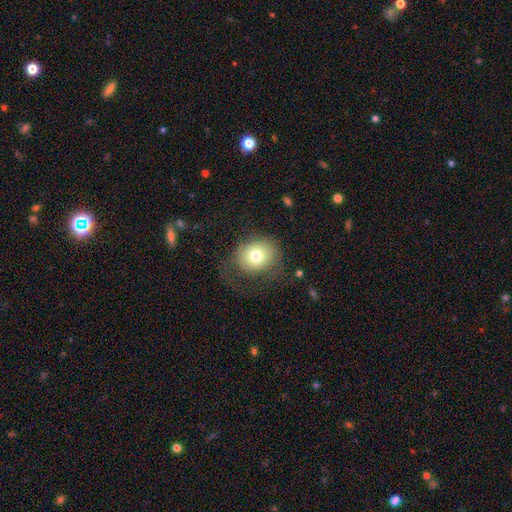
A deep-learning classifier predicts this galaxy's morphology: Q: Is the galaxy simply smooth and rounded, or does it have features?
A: smooth — 72%.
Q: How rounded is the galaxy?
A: round — 70%.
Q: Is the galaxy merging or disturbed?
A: none — 58%.